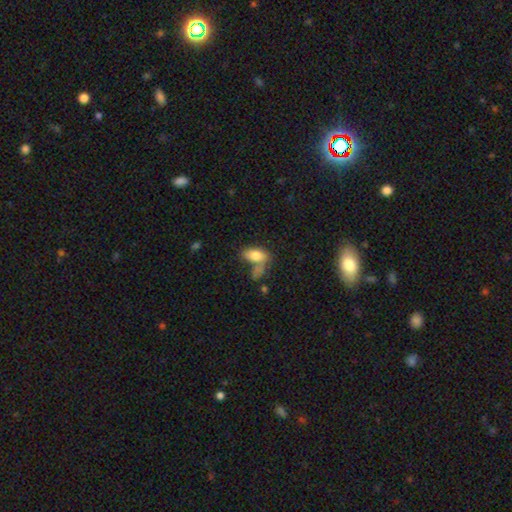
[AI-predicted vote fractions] Morphology: type=smooth (77%); roundness=in between (89%); merging=none (36%).